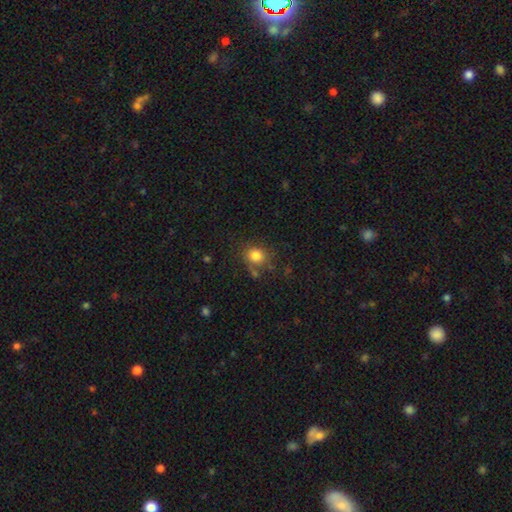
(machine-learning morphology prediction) Overall: smooth (81%). How rounded: round (77%). Merging: none (69%).